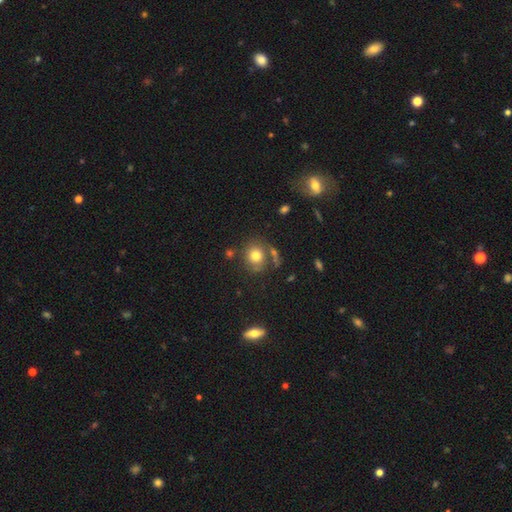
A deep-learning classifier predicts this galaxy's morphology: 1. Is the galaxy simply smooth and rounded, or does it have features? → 76% smooth, 12% featured or disk, 12% star or artifact.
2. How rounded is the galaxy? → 78% round, 21% in between, 1% cigar-shaped.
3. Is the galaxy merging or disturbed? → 68% none, 13% minor disturbance, 12% merger, 6% major disturbance.